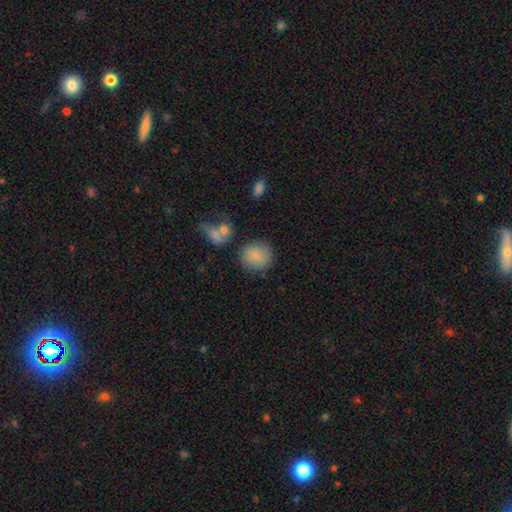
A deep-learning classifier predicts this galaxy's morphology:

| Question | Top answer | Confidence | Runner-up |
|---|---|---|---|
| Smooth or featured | smooth | 83% | featured or disk (9%) |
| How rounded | round | 87% | in between (12%) |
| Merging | none | 77% | minor disturbance (12%) |